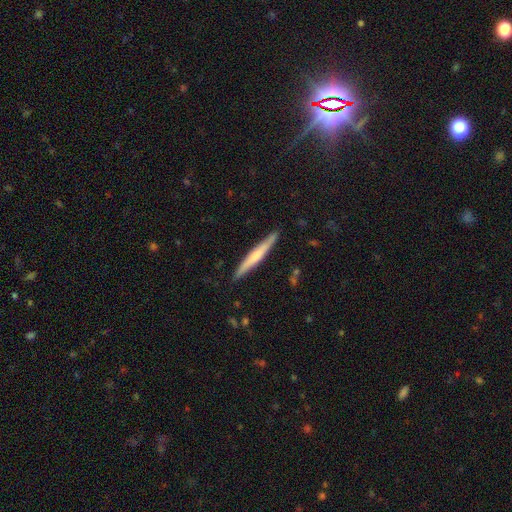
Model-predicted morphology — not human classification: The model was most divided on "smooth or featured": smooth: 49%, featured or disk: 45%, star or artifact: 5%. More confident: merging — none (88%).